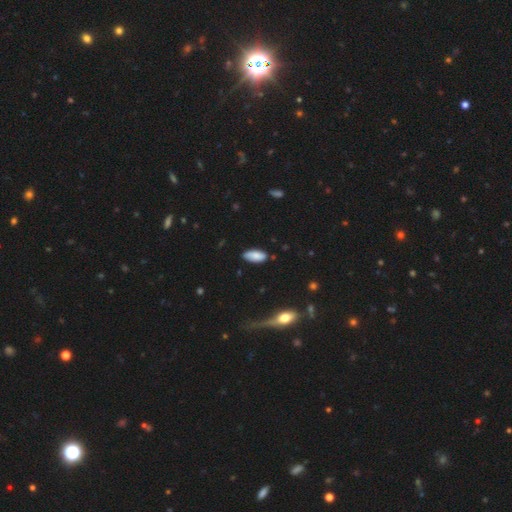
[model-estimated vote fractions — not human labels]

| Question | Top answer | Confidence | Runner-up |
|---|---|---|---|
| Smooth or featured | smooth | 83% | featured or disk (10%) |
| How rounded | in between | 91% | cigar-shaped (7%) |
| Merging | none | 81% | minor disturbance (15%) |